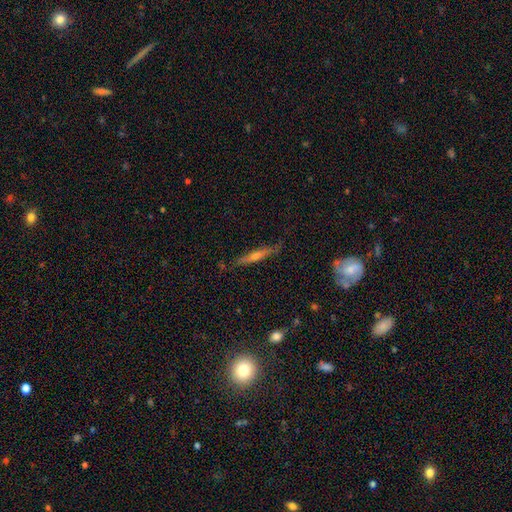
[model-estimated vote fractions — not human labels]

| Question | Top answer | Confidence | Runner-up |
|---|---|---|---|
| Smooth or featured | featured or disk | 65% | smooth (27%) |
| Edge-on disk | yes | 92% | no (8%) |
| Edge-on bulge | rounded | 71% | none (21%) |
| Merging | none | 81% | minor disturbance (14%) |